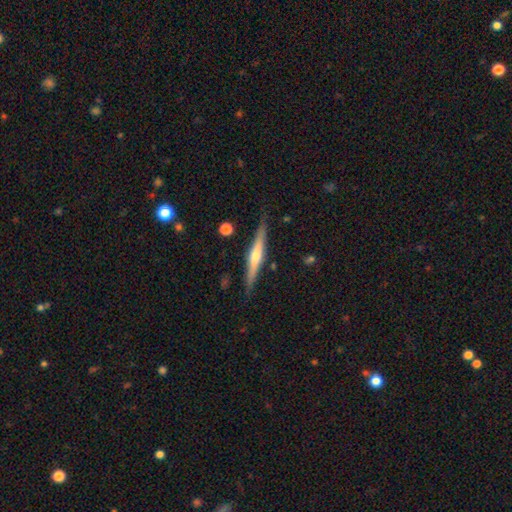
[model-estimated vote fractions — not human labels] A featured or disk galaxy (70%) viewed edge-on (97%) with a rounded central bulge (79%). Merging: none (87%).